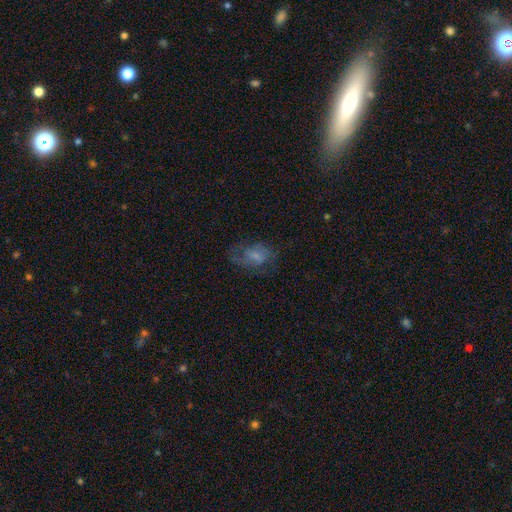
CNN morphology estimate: Smooth or featured? Predicted: smooth (p=0.45). Merging? Predicted: none (p=0.51).